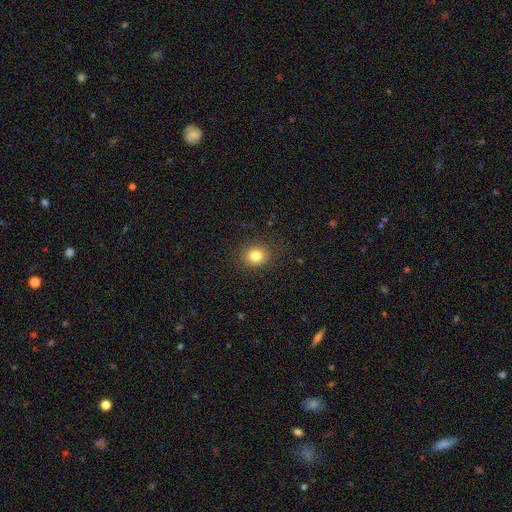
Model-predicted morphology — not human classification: smooth_or_featured: smooth (p=0.81) [alt: star or artifact p=0.12]
how_rounded: round (p=0.69) [alt: in between p=0.30]
merging: none (p=0.88) [alt: minor disturbance p=0.08]